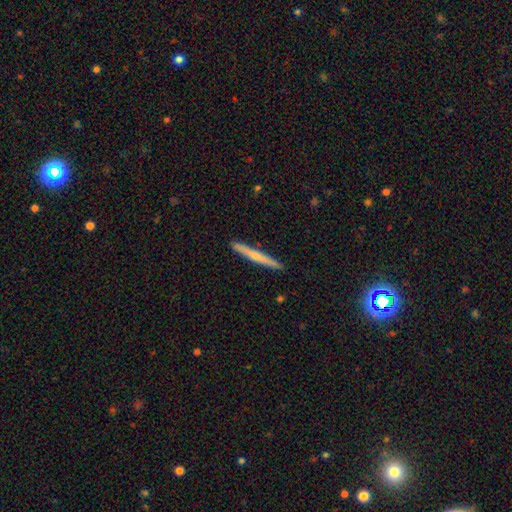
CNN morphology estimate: smooth_or_featured: featured or disk (p=0.51) [alt: smooth p=0.44]
disk_edge_on: yes (p=0.97) [alt: no p=0.03]
merging: none (p=0.92) [alt: minor disturbance p=0.06]